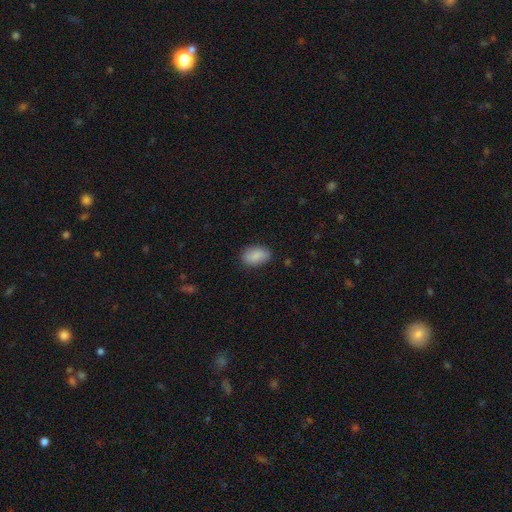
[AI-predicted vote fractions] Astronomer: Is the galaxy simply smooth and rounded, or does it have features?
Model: smooth — 89%.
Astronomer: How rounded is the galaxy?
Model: in between — 90%.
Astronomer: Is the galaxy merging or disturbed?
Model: none — 84%.